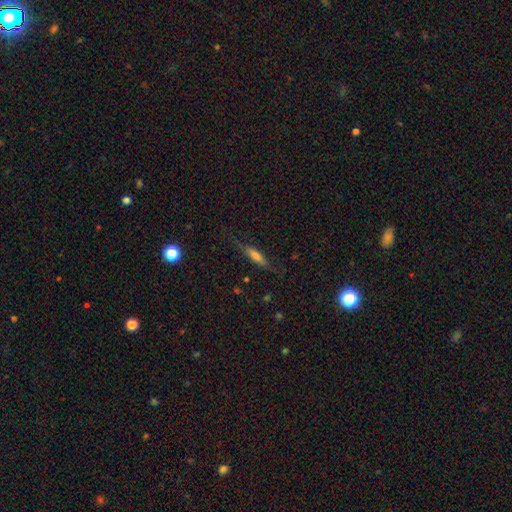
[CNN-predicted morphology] A smooth galaxy with no disk features (50%) that is cigar-shaped (73%).

Vote fractions:
- Smooth or featured? smooth: 50% / featured or disk: 41% / star or artifact: 9%
- How rounded? cigar-shaped: 73% / in between: 24% / round: 3%
- Merging? none: 67% / minor disturbance: 22% / major disturbance: 10% / merger: 2%